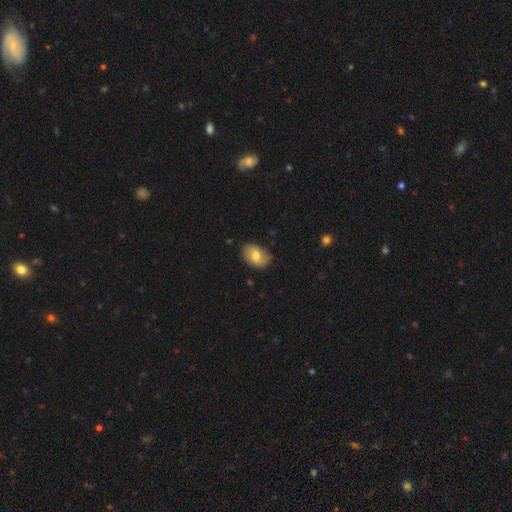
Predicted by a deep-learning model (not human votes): smooth_or_featured: smooth (p=0.71) [alt: featured or disk p=0.22]
how_rounded: in between (p=0.84) [alt: round p=0.14]
merging: none (p=0.78) [alt: minor disturbance p=0.17]